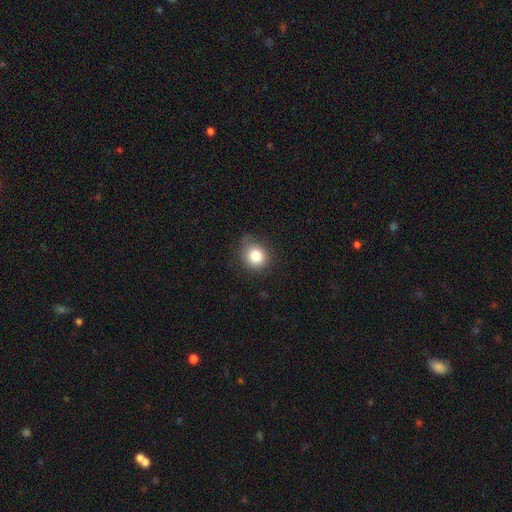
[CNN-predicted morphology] smooth_or_featured: smooth (p=0.82) [alt: star or artifact p=0.10]
how_rounded: round (p=0.77) [alt: in between p=0.22]
merging: none (p=0.72) [alt: minor disturbance p=0.22]